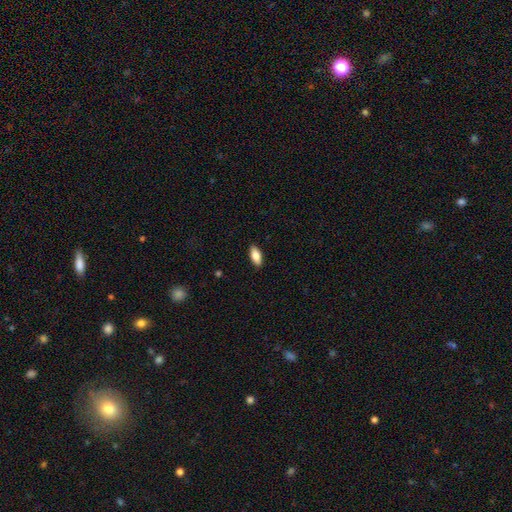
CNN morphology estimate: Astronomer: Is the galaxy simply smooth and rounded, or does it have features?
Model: smooth — 83%.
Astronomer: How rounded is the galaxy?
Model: in between — 86%.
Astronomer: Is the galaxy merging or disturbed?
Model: none — 90%.